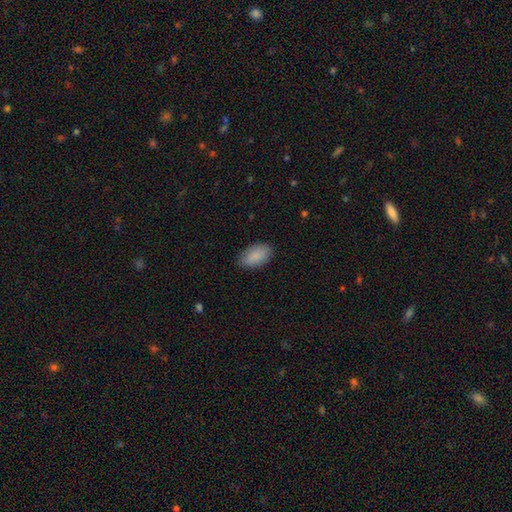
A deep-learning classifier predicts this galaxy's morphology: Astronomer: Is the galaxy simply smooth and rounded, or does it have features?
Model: smooth — 89%.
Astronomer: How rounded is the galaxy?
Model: in between — 94%.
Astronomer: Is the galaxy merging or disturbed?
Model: none — 85%.